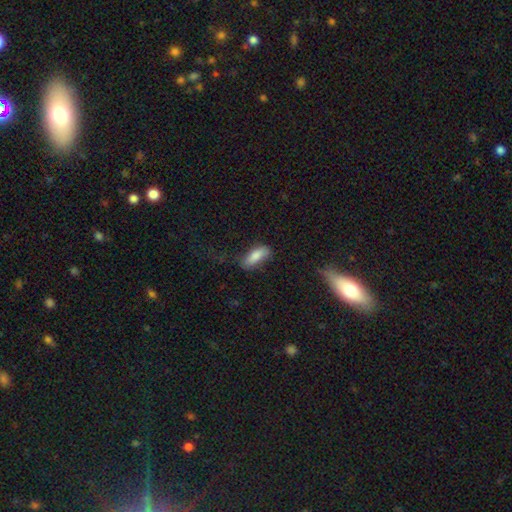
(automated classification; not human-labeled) This appears to be a smooth galaxy with no disk features (81%) that is in between round and cigar-shaped (69%). Merging: none (65%).